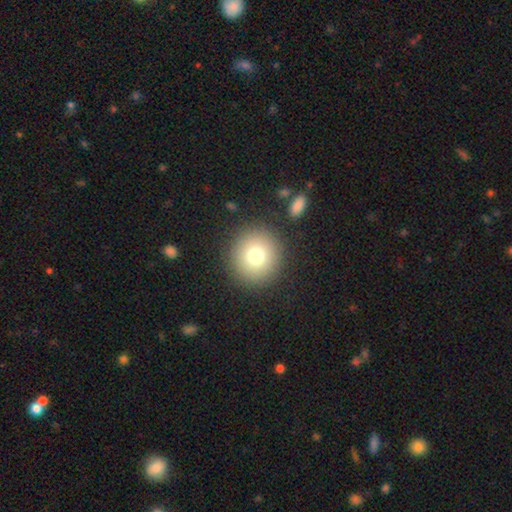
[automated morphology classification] smooth 76%, star or artifact 13%, featured or disk 11%. Down the decision tree: how rounded — round (93%); merging — none (89%).